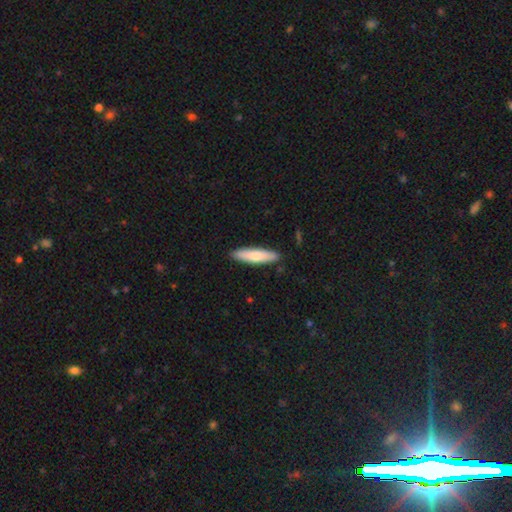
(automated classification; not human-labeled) smooth_or_featured: smooth (p=0.71) [alt: featured or disk p=0.24]
how_rounded: cigar-shaped (p=0.74) [alt: in between p=0.24]
merging: none (p=0.90) [alt: minor disturbance p=0.08]